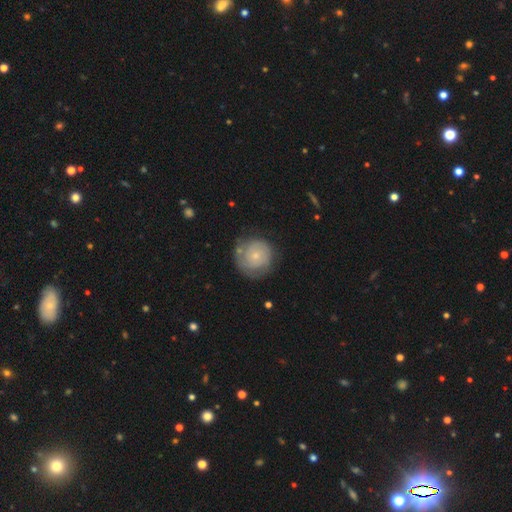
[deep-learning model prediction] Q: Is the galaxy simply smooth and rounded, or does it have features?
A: featured or disk — 49%.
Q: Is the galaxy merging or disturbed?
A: none — 68%.